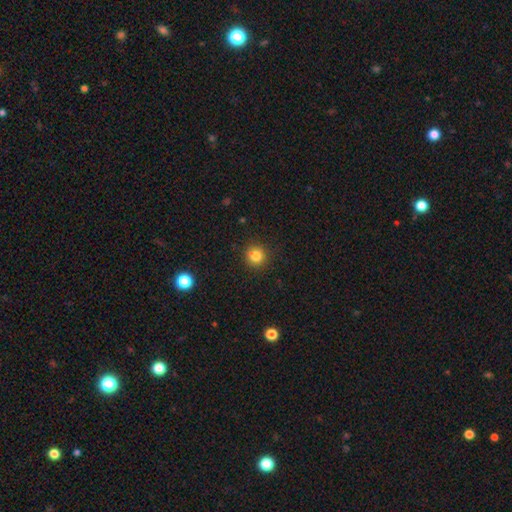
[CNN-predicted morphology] This appears to be a smooth galaxy with no disk features (81%) that is round (90%). Merging: none (86%).